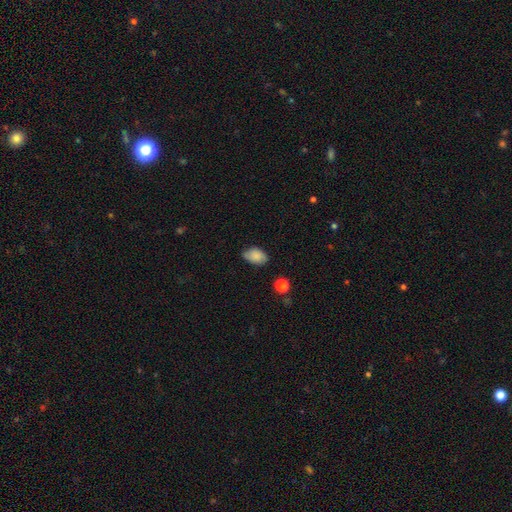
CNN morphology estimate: The model was most divided on "merging": none: 74%, minor disturbance: 21%, major disturbance: 4%, merger: 2%. More confident: how rounded — in between (88%); smooth or featured — smooth (81%).